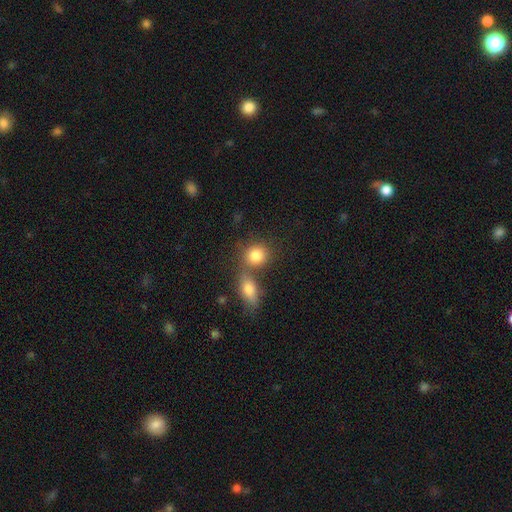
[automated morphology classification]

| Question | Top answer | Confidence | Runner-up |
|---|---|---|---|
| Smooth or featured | smooth | 84% | star or artifact (9%) |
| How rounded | round | 69% | in between (28%) |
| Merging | none | 48% | merger (38%) |